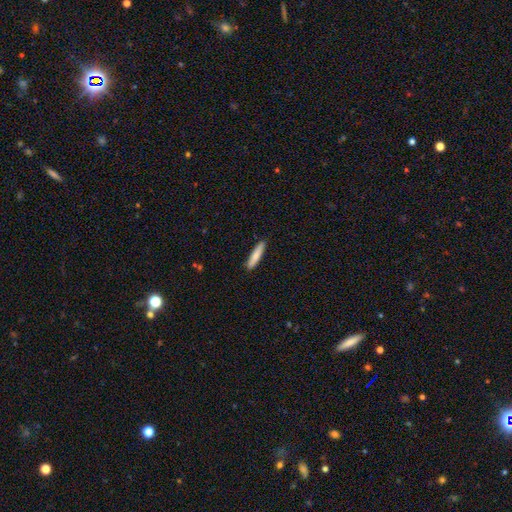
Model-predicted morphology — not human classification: Smooth or featured: smooth — 79% (featured or disk — 15%)
How rounded: cigar-shaped — 88% (in between — 11%)
Merging: none — 89% (minor disturbance — 8%)